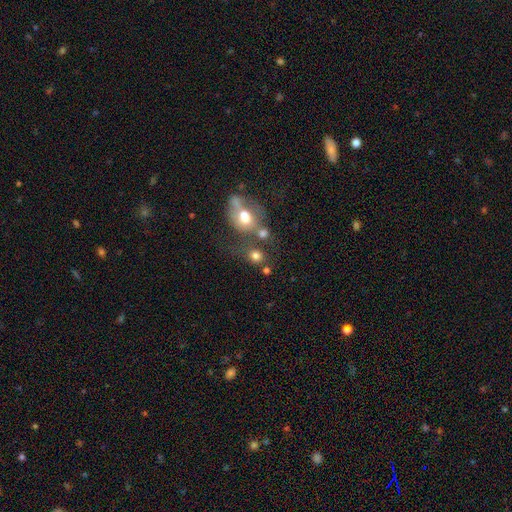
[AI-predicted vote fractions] smooth_or_featured: smooth (p=0.74) [alt: star or artifact p=0.13]
how_rounded: round (p=0.73) [alt: in between p=0.25]
merging: none (p=0.47) [alt: merger p=0.34]